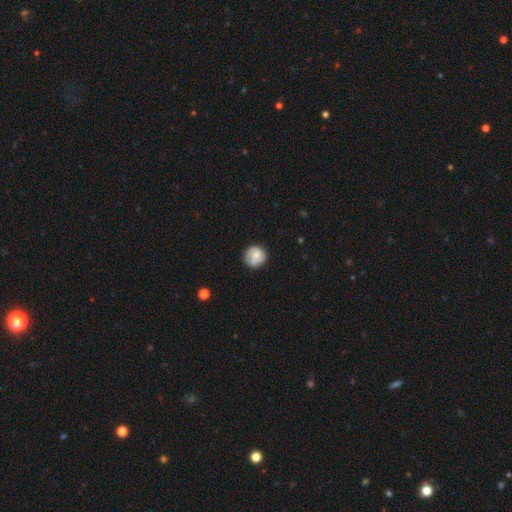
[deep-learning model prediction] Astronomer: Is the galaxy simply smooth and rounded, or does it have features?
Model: smooth — 73%.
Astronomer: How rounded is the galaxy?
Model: round — 92%.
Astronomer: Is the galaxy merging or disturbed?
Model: none — 79%.